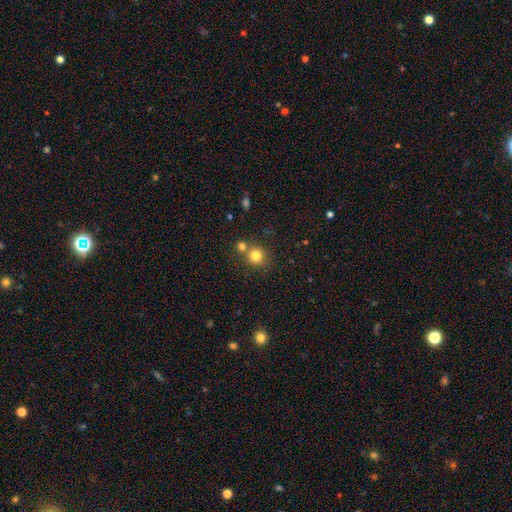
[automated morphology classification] smooth 80%, star or artifact 13%, featured or disk 7%. Down the decision tree: how rounded — round (88%); merging — none (65%).